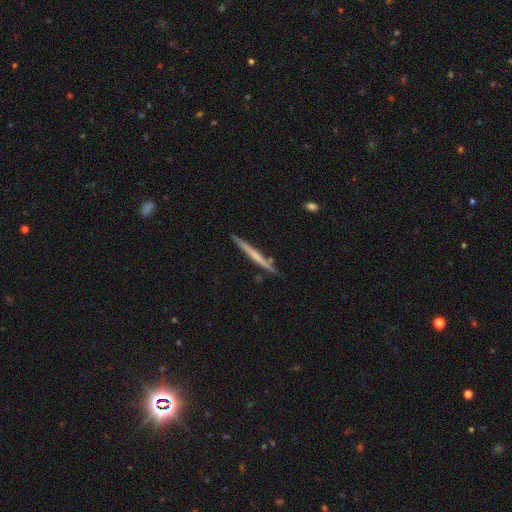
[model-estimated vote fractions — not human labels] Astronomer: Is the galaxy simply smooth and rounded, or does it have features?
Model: featured or disk — 53% (runner-up: smooth, 41%).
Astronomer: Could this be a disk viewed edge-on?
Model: yes — 97%.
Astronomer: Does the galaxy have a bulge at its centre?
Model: none — 74%.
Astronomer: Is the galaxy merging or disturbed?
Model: none — 86%.